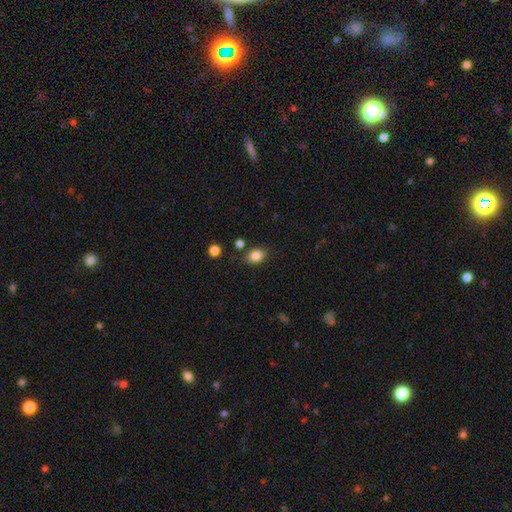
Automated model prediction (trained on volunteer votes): Smooth or featured? smooth (85%)
How rounded? in between (69%)
Merging? none (81%)